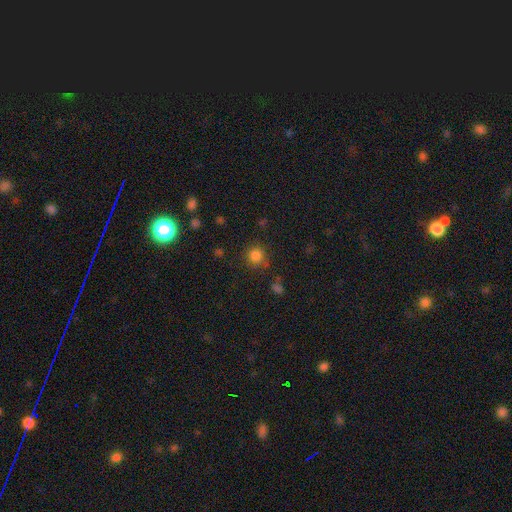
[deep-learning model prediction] Q: Smooth or featured?
A: smooth (82%); runner-up: star or artifact (14%)
Q: How rounded?
A: round (93%); runner-up: in between (6%)
Q: Merging?
A: none (83%); runner-up: minor disturbance (10%)